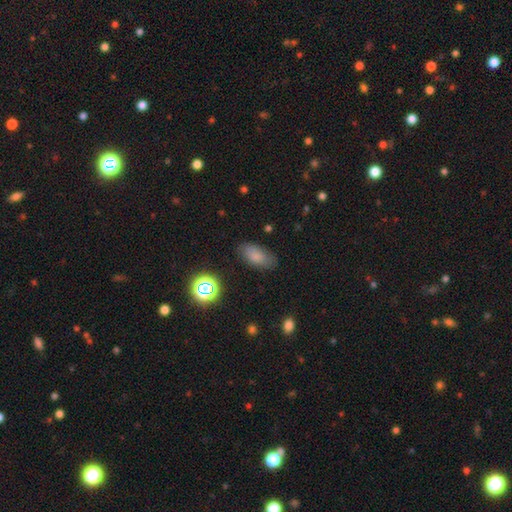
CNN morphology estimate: This appears to be a smooth galaxy with no disk features (78%) that is in between round and cigar-shaped (91%). Merging: none (78%).